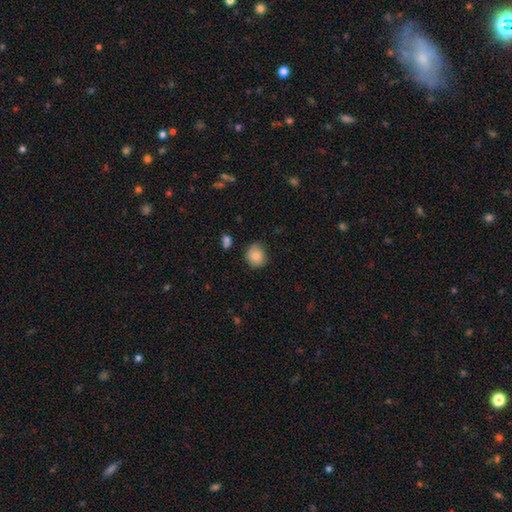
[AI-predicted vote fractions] This appears to be a smooth galaxy with no disk features (84%) that is round (73%). Merging: none (77%).